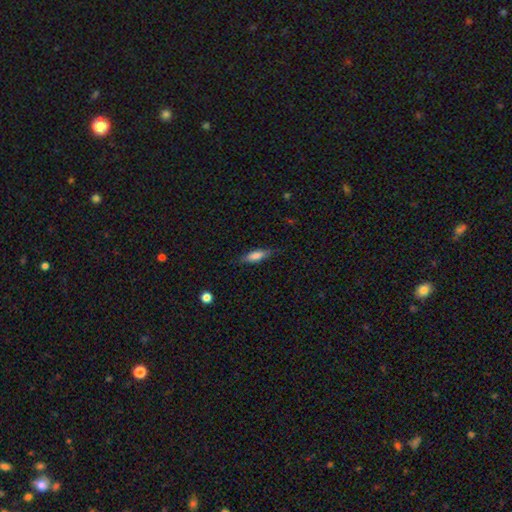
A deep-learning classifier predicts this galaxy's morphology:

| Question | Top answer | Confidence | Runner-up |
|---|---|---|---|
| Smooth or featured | smooth | 73% | featured or disk (20%) |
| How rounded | cigar-shaped | 52% | in between (46%) |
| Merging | none | 77% | minor disturbance (17%) |